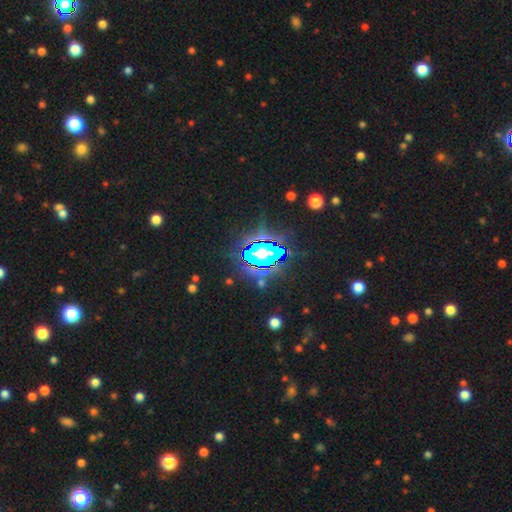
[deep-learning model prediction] The model was most divided on "smooth or featured": star or artifact: 82%, smooth: 11%, featured or disk: 8%.